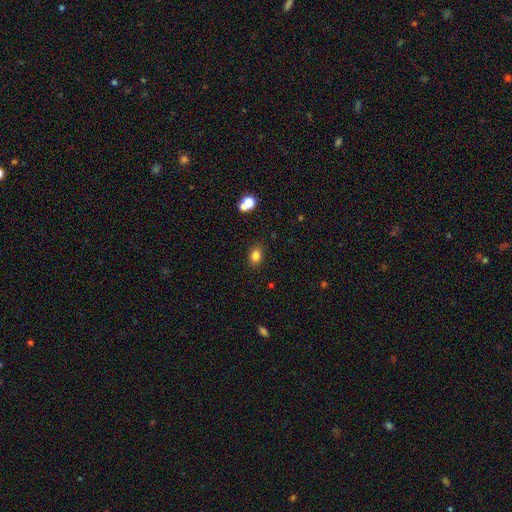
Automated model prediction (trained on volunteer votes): Q: Smooth or featured?
A: smooth (82%); runner-up: star or artifact (12%)
Q: How rounded?
A: in between (64%); runner-up: round (35%)
Q: Merging?
A: none (86%); runner-up: minor disturbance (9%)